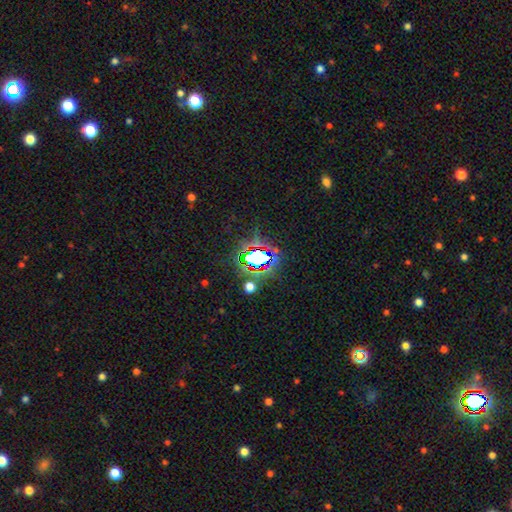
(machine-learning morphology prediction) star or artifact 68%, smooth 20%, featured or disk 12%.